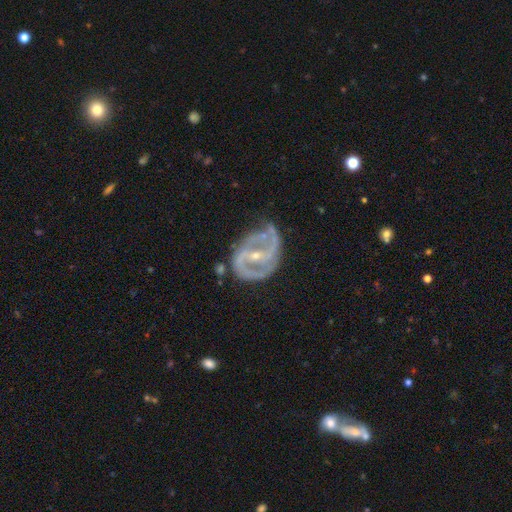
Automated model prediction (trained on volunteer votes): Smooth or featured?
  - featured or disk: 89% *
  - star or artifact: 6%
  - smooth: 5%
Edge-on disk?
  - no: 97% *
  - yes: 3%
Bar?
  - strong: 54% *
  - weak: 29%
  - no: 17%
Spiral arms?
  - yes: 92% *
  - no: 8%
Spiral winding?
  - medium: 48% *
  - tight: 28%
  - loose: 24%
Spiral arm count?
  - 2: 74% *
  - can't tell: 9%
  - 3: 8%
  - 1: 6%
  - 4: 2%
  - more than 4: 2%
Bulge size?
  - small: 70% *
  - moderate: 27%
  - none: 1%
  - large: 1%
  - dominant: 1%
Merging?
  - none: 49% *
  - minor disturbance: 29%
  - major disturbance: 19%
  - merger: 3%